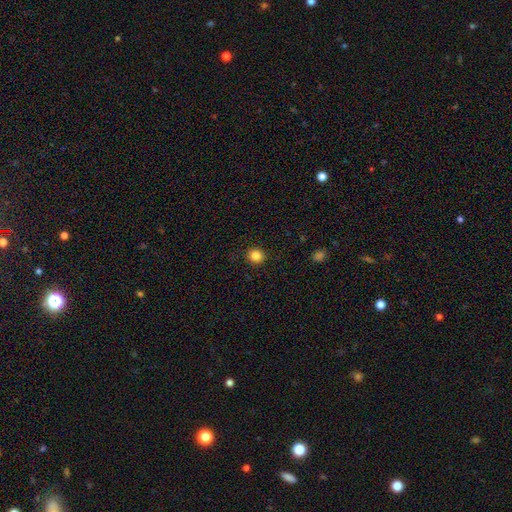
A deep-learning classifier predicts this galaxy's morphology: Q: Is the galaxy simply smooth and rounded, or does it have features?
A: smooth — 85%.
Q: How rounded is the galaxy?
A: round — 88%.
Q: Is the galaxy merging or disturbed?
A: none — 92%.